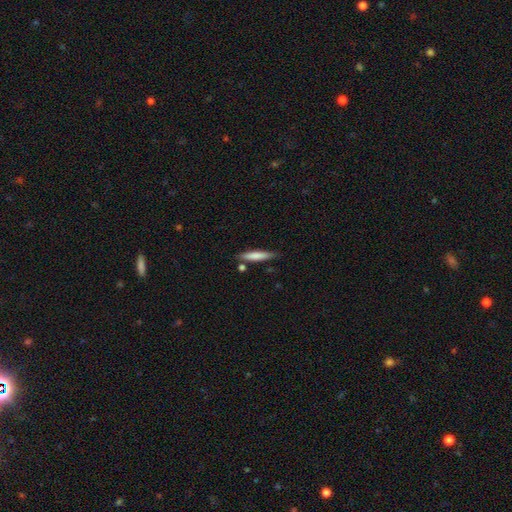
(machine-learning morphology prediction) smooth_or_featured: smooth (p=0.74) [alt: featured or disk p=0.20]
how_rounded: cigar-shaped (p=0.89) [alt: in between p=0.10]
merging: none (p=0.79) [alt: minor disturbance p=0.13]